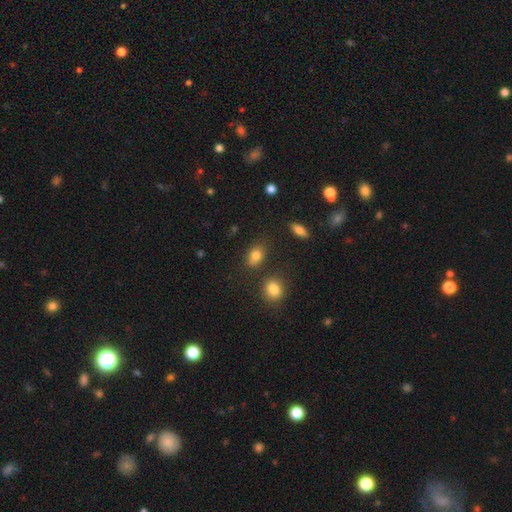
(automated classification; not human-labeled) A smooth galaxy with no disk features (80%) that is in between round and cigar-shaped (70%).

Vote fractions:
- Smooth or featured? smooth: 80% / star or artifact: 11% / featured or disk: 9%
- How rounded? in between: 70% / round: 28% / cigar-shaped: 2%
- Merging? none: 68% / minor disturbance: 16% / merger: 11% / major disturbance: 5%